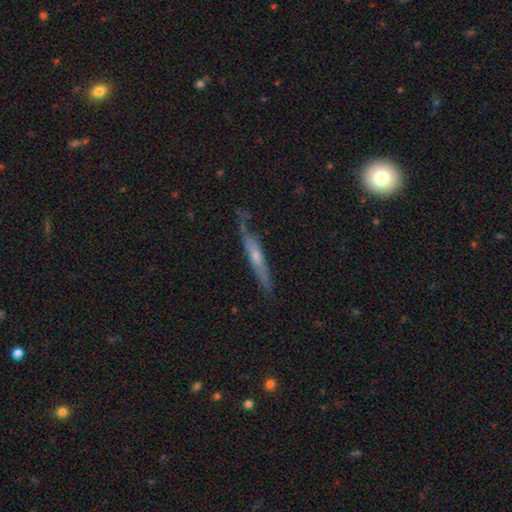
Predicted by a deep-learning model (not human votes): This appears to be a featured or disk galaxy (57%) viewed edge-on (85%). Merging: none (66%).